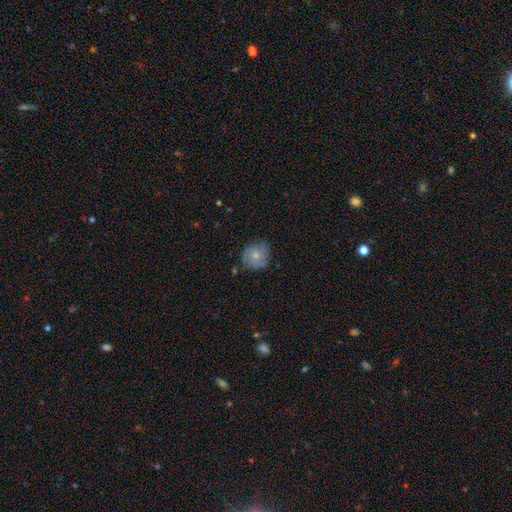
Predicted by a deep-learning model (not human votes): Smooth or featured?
  - smooth: 69% *
  - featured or disk: 23%
  - star or artifact: 7%
How rounded?
  - round: 87% *
  - in between: 12%
  - cigar-shaped: 1%
Merging?
  - none: 72% *
  - minor disturbance: 21%
  - major disturbance: 4%
  - merger: 2%